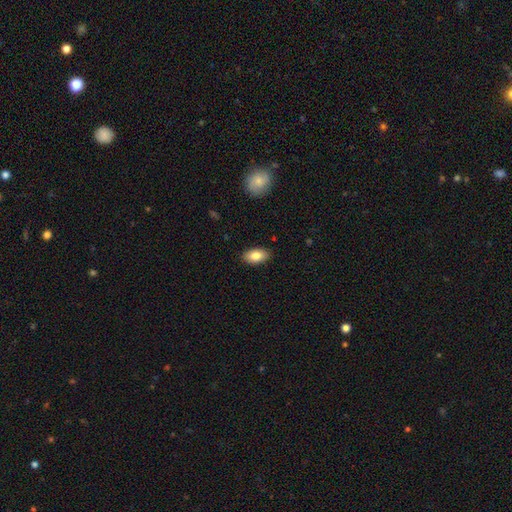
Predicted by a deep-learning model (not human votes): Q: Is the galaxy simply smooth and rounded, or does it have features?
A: smooth — 83%.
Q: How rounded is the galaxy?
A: in between — 92%.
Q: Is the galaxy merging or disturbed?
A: none — 88%.